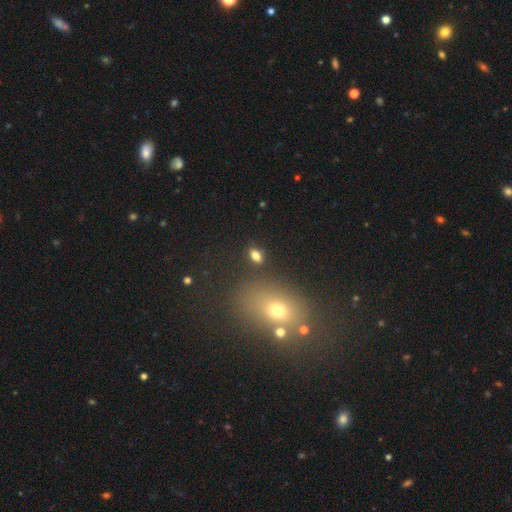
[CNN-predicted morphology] The model was most divided on "smooth or featured": smooth: 78%, star or artifact: 14%, featured or disk: 8%. More confident: how rounded — in between (81%); merging — none (80%).